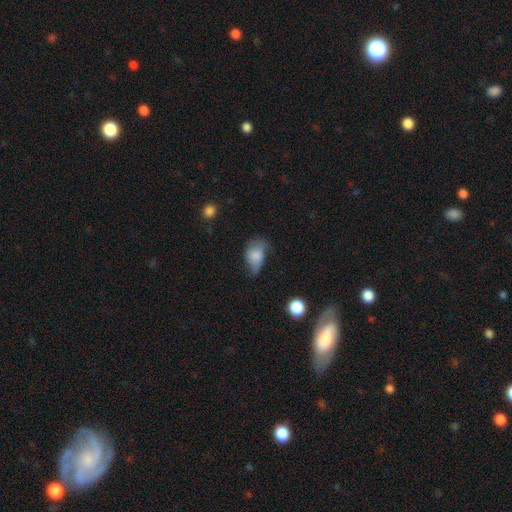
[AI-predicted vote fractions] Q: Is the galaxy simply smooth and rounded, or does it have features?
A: smooth — 74%.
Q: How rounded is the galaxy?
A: in between — 84%.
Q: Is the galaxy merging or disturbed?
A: minor disturbance — 41%.